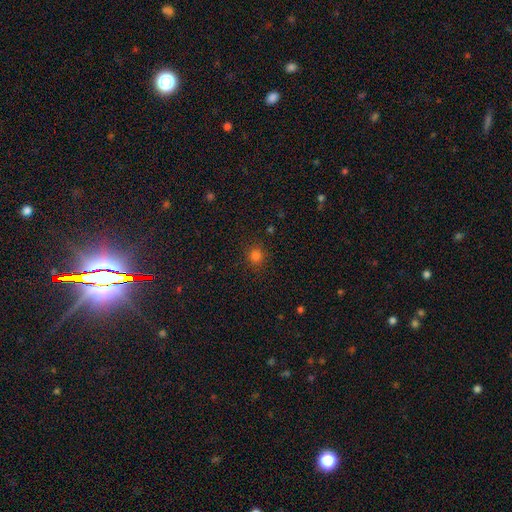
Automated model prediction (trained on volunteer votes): This is clearly a smooth galaxy (81%). How rounded: clearly round (88%). Merging: clearly none (88%).